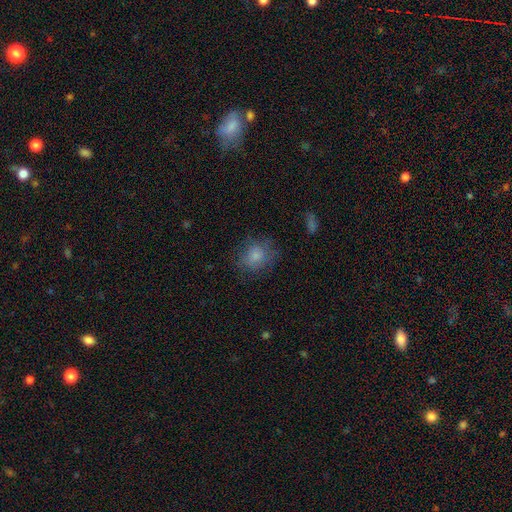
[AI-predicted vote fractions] Smooth or featured? smooth (80%)
How rounded? round (65%)
Merging? none (70%)